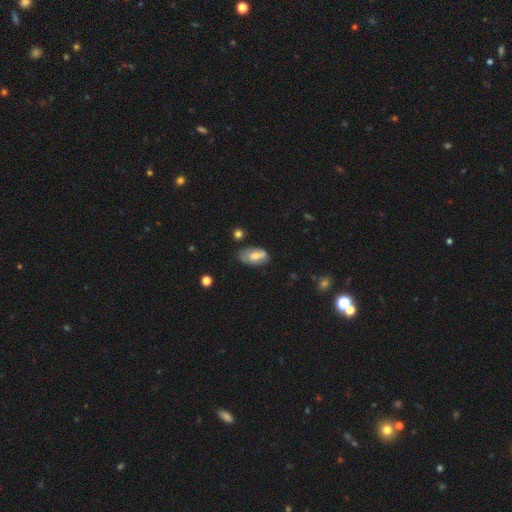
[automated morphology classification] This is possibly a smooth galaxy (55%). How rounded: clearly in between (92%). Merging: possibly none (52%).